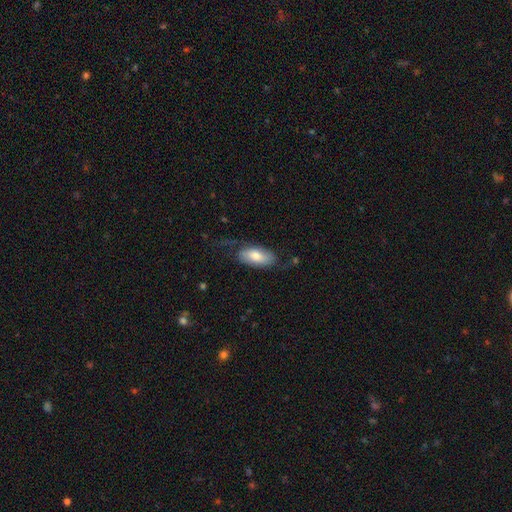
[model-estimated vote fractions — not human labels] smooth 64%, featured or disk 30%, star or artifact 6%. Down the decision tree: how rounded — in between (88%); merging — none (54%).